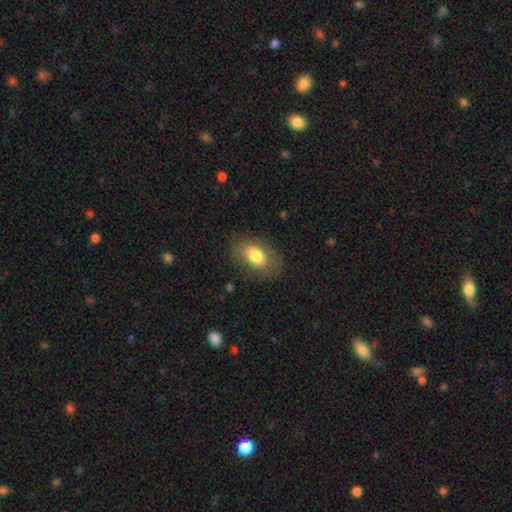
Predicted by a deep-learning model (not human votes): smooth_or_featured: smooth (p=0.76) [alt: featured or disk p=0.17]
how_rounded: in between (p=0.87) [alt: round p=0.11]
merging: none (p=0.78) [alt: minor disturbance p=0.14]